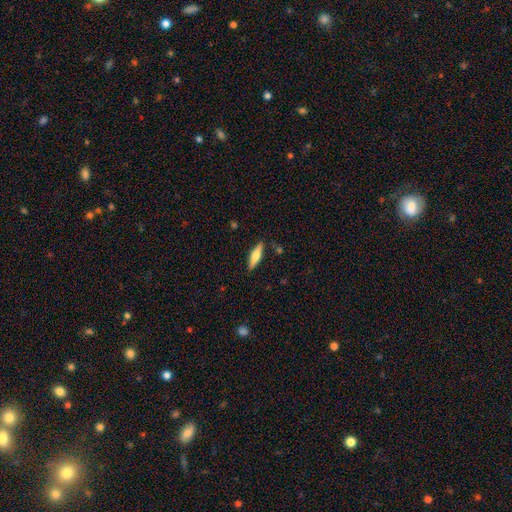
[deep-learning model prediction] Smooth or featured: smooth — 51% (featured or disk — 43%)
How rounded: cigar-shaped — 68% (in between — 29%)
Merging: none — 86% (minor disturbance — 10%)